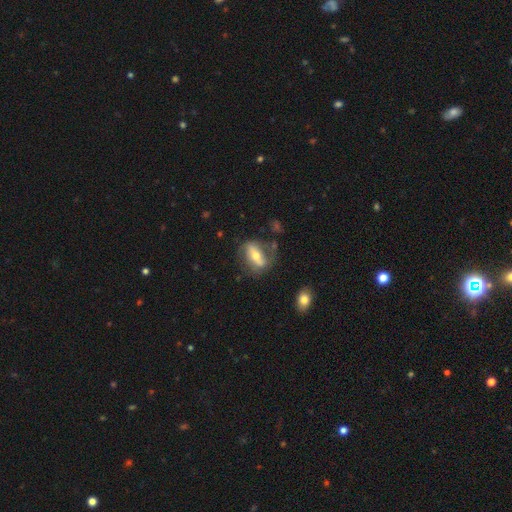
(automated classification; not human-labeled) smooth-or-featured: featured or disk: 56% | smooth: 36% | star or artifact: 8%
  disk-edge-on: no: 78% | yes: 22%
  merging: none: 60% | minor disturbance: 21% | major disturbance: 13% | merger: 6%